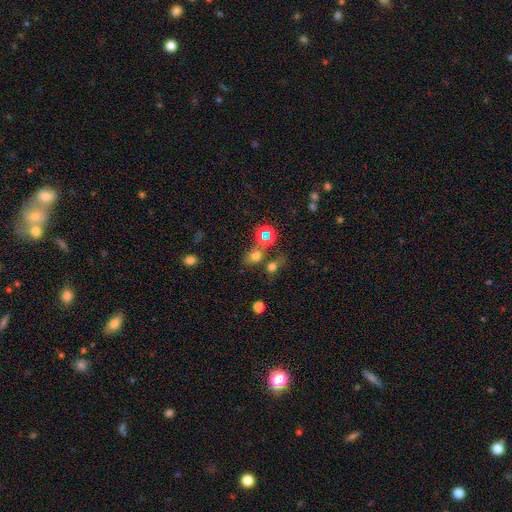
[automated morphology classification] A smooth galaxy with no disk features (63%) that is in between round and cigar-shaped (53%).

Vote fractions:
- Smooth or featured? smooth: 63% / star or artifact: 25% / featured or disk: 12%
- How rounded? in between: 53% / round: 44% / cigar-shaped: 3%
- Merging? none: 53% / merger: 26% / minor disturbance: 13% / major disturbance: 8%